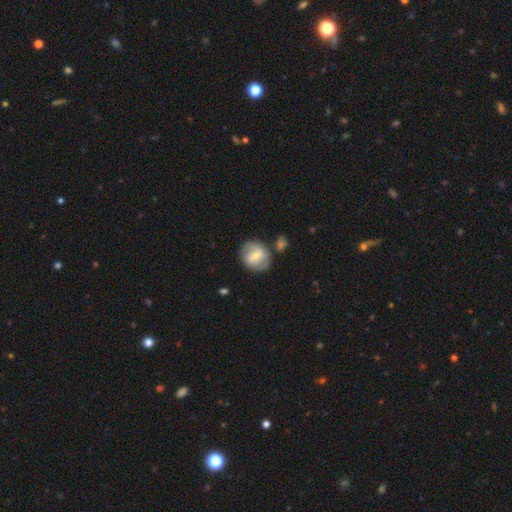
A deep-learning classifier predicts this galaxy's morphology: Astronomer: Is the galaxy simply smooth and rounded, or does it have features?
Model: featured or disk — 53% (runner-up: smooth, 40%).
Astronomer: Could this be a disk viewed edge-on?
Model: no — 96%.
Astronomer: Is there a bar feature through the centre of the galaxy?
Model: weak — 51% (runner-up: strong, 27%).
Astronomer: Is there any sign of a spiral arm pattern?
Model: yes — 73%.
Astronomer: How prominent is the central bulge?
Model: moderate — 49% (runner-up: small, 45%).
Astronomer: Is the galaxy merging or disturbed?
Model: none — 70%.